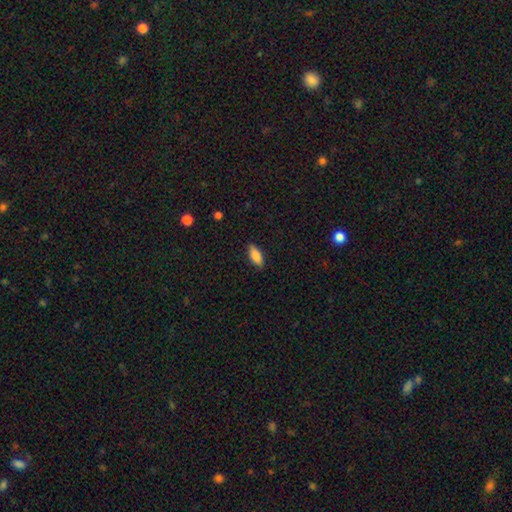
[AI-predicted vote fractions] Q: Smooth or featured?
A: smooth (81%); runner-up: featured or disk (12%)
Q: How rounded?
A: in between (77%); runner-up: cigar-shaped (20%)
Q: Merging?
A: none (86%); runner-up: minor disturbance (11%)